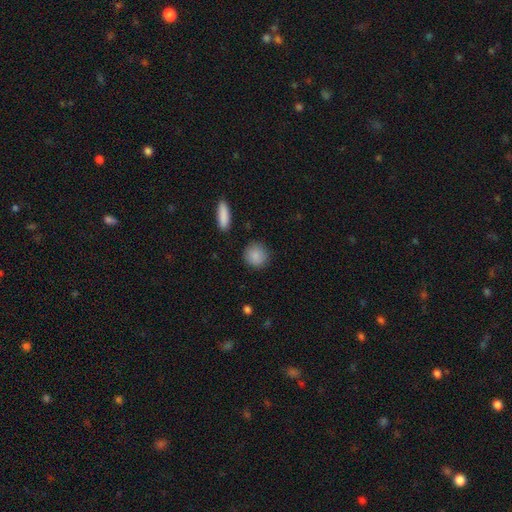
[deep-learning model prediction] The model was most divided on "how rounded": round: 89%, in between: 10%, cigar-shaped: 1%. More confident: smooth or featured — smooth (89%); merging — none (88%).